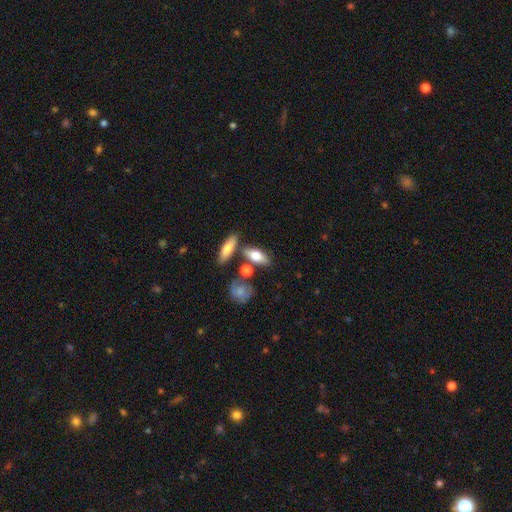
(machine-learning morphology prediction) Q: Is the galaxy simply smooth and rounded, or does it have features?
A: smooth — 69%.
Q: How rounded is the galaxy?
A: in between — 72%.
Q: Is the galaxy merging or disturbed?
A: none — 63%.